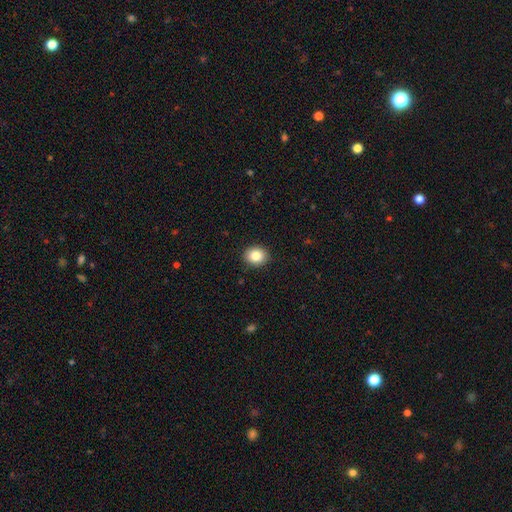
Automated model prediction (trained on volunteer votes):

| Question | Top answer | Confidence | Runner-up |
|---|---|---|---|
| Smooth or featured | smooth | 84% | star or artifact (9%) |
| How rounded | round | 70% | in between (29%) |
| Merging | none | 91% | minor disturbance (6%) |